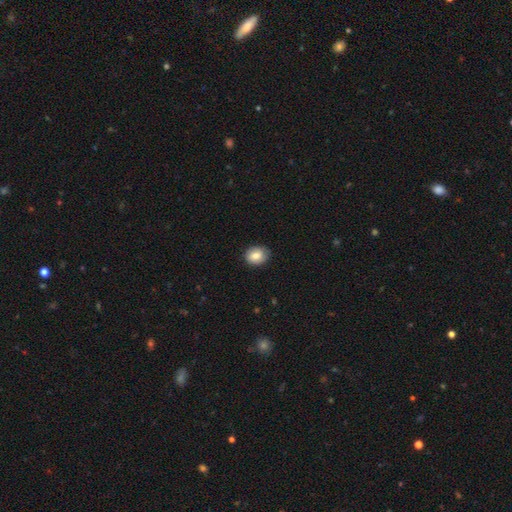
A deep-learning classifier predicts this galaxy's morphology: A smooth galaxy with no disk features (79%) that is round (53%).

Vote fractions:
- Smooth or featured? smooth: 79% / featured or disk: 13% / star or artifact: 8%
- How rounded? round: 53% / in between: 46% / cigar-shaped: 1%
- Merging? none: 82% / minor disturbance: 15% / major disturbance: 3% / merger: 1%